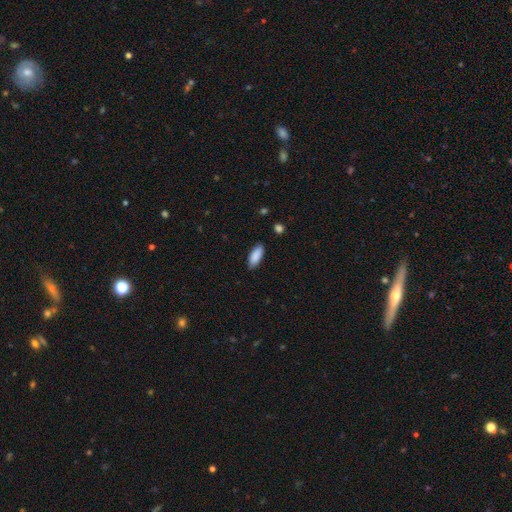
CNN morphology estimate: Overall: smooth (90%). How rounded: in between (80%). Merging: none (87%).